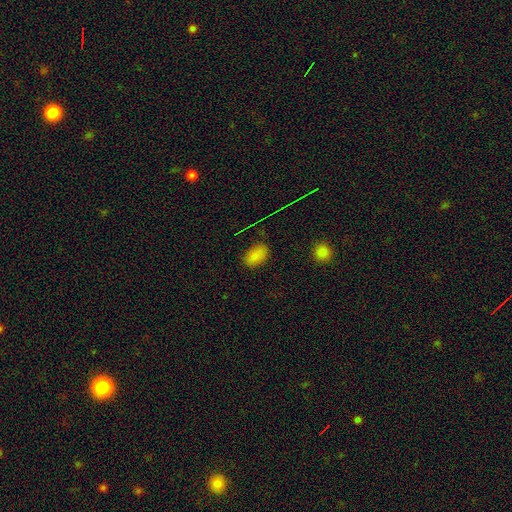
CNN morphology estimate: Smooth or featured? smooth (80%)
How rounded? in between (88%)
Merging? none (82%)